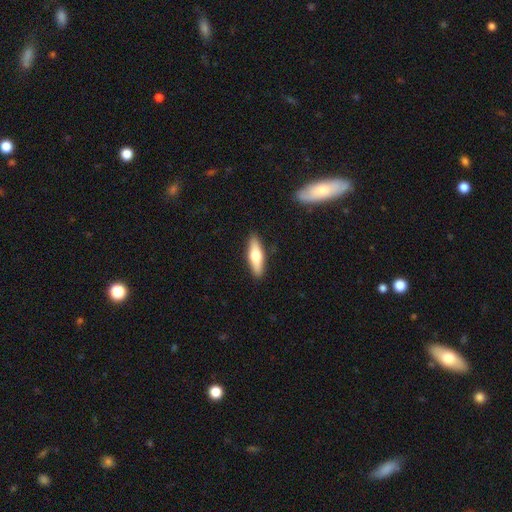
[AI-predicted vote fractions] Q: Smooth or featured?
A: smooth (59%); runner-up: featured or disk (36%)
Q: How rounded?
A: cigar-shaped (56%); runner-up: in between (41%)
Q: Merging?
A: none (89%); runner-up: minor disturbance (8%)